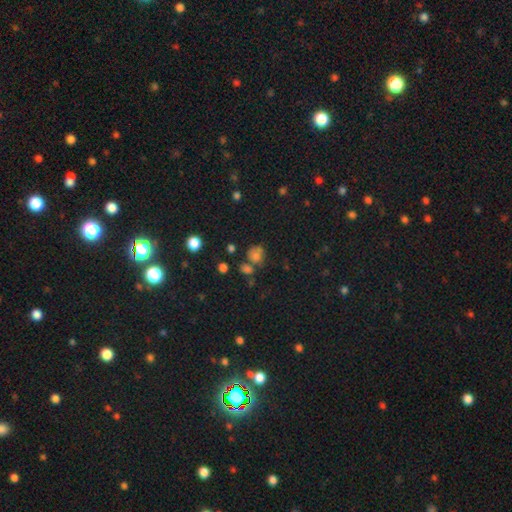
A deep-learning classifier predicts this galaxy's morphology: smooth_or_featured: smooth (p=0.69) [alt: star or artifact p=0.20]
how_rounded: round (p=0.73) [alt: in between p=0.26]
merging: none (p=0.50) [alt: merger p=0.24]